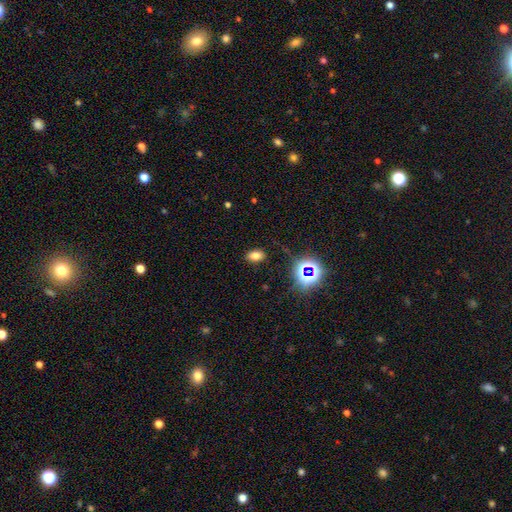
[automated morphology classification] smooth_or_featured: smooth (p=0.71) [alt: star or artifact p=0.21]
how_rounded: in between (p=0.87) [alt: round p=0.11]
merging: none (p=0.86) [alt: minor disturbance p=0.10]